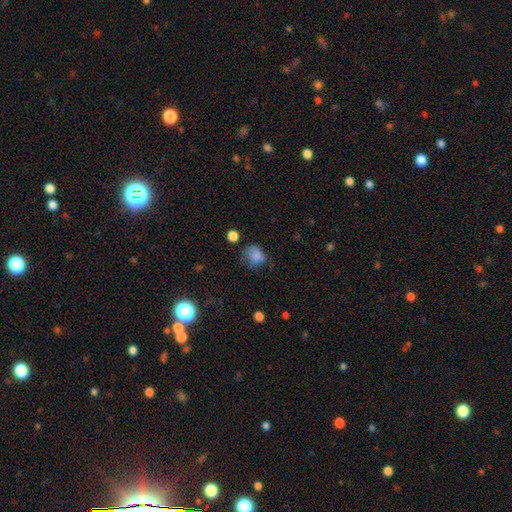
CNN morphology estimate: A smooth galaxy with no disk features (78%) that is round (59%).

Vote fractions:
- Smooth or featured? smooth: 78% / star or artifact: 12% / featured or disk: 11%
- How rounded? round: 59% / in between: 40% / cigar-shaped: 1%
- Merging? none: 42% / minor disturbance: 33% / major disturbance: 22% / merger: 3%